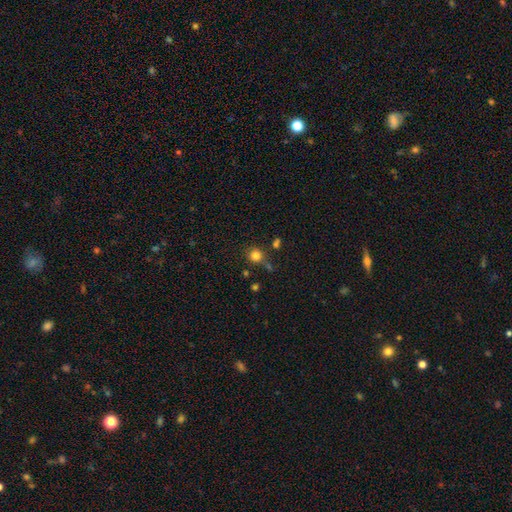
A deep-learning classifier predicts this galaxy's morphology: Smooth or featured: smooth — 81% (star or artifact — 13%)
How rounded: round — 90% (in between — 9%)
Merging: none — 71% (minor disturbance — 13%)